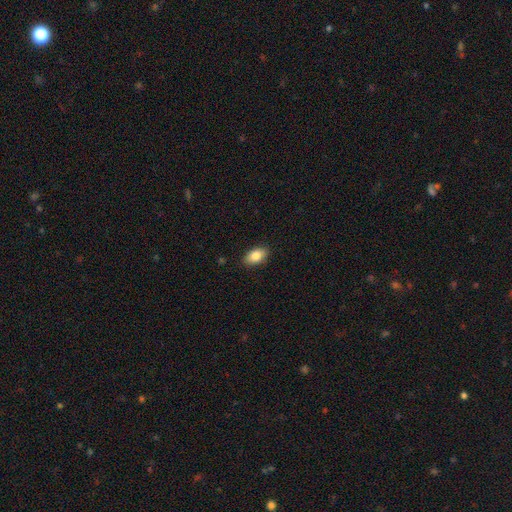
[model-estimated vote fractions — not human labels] Overall: smooth (86%). How rounded: in between (91%). Merging: none (87%).